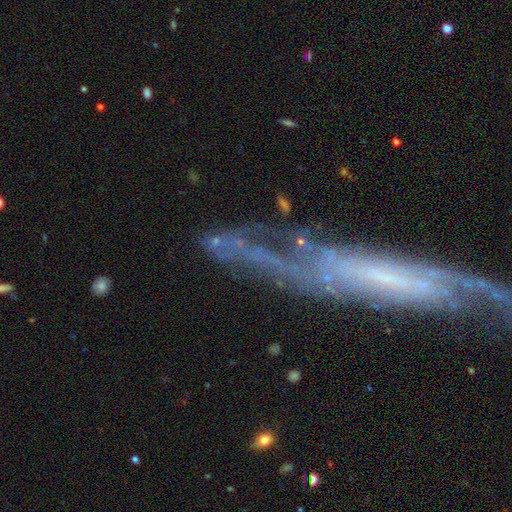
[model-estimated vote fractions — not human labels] A featured or disk galaxy (55%). Merging: none (47%).